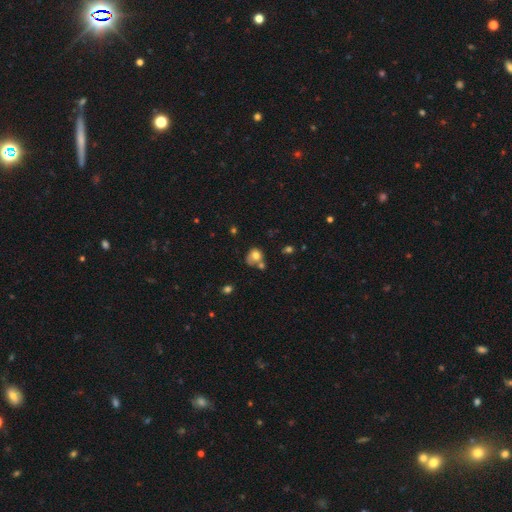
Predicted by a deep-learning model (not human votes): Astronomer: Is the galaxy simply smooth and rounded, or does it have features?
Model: smooth — 72%.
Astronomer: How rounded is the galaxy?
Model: round — 66%.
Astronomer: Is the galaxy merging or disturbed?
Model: none — 37% (runner-up: merger, 31%).